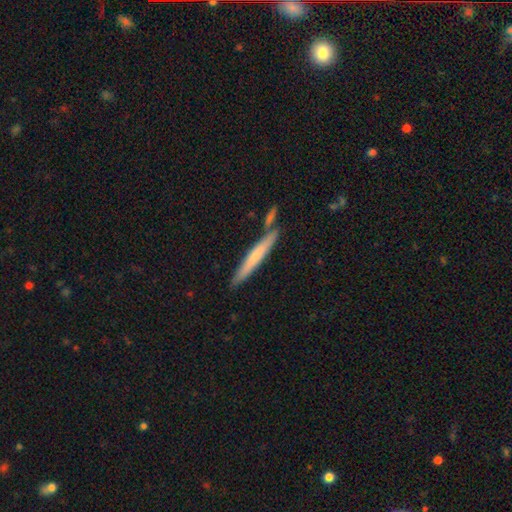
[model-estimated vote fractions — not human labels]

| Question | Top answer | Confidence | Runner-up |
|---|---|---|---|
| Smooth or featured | smooth | 60% | featured or disk (35%) |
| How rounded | cigar-shaped | 96% | in between (3%) |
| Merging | none | 77% | minor disturbance (11%) |